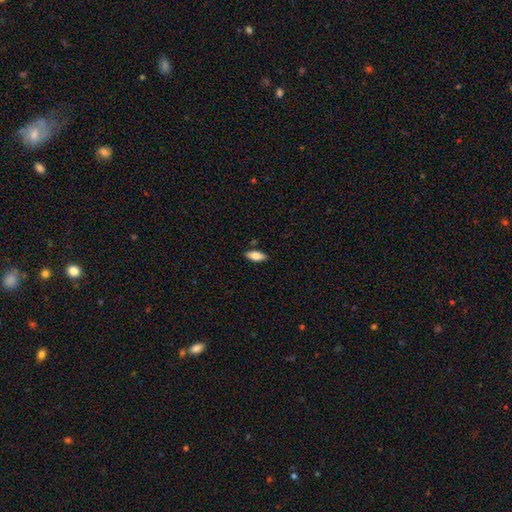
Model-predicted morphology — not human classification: A smooth galaxy with no disk features (81%) that is in between round and cigar-shaped (83%). Merging: none (86%).